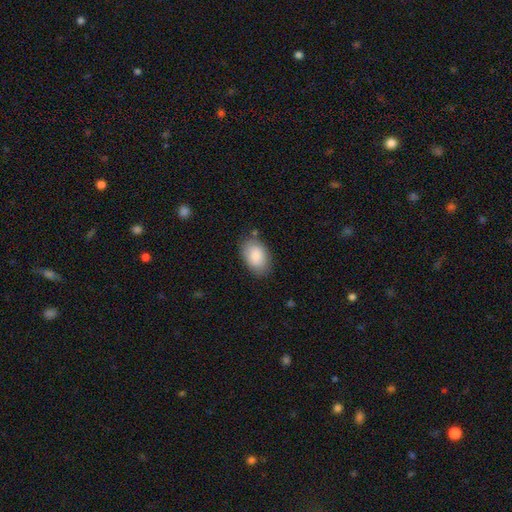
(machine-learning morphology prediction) A smooth galaxy with no disk features (87%) that is in between round and cigar-shaped (91%). Merging: none (78%).